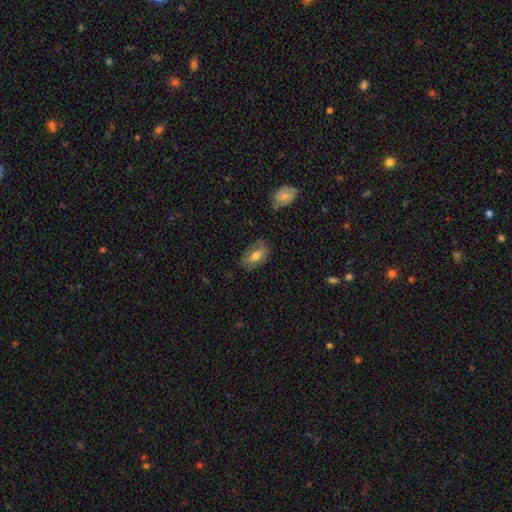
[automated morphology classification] Overall: smooth (64%; featured or disk 29%). How rounded: in between (89%). Merging: none (76%).